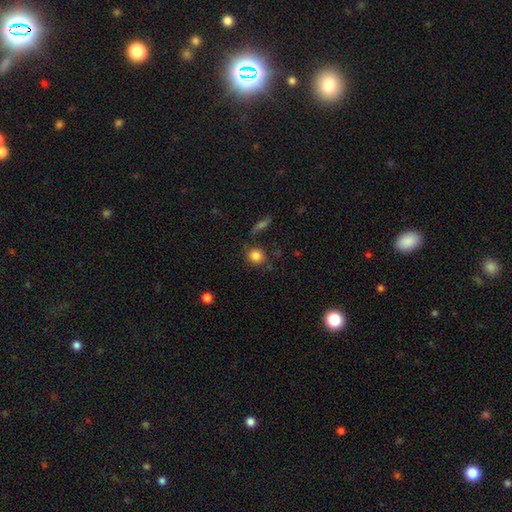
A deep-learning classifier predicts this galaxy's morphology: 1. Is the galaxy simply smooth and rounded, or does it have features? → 84% smooth, 10% star or artifact, 6% featured or disk.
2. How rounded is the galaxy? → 80% round, 18% in between, 2% cigar-shaped.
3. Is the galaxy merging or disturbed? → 75% none, 14% minor disturbance, 6% merger, 5% major disturbance.